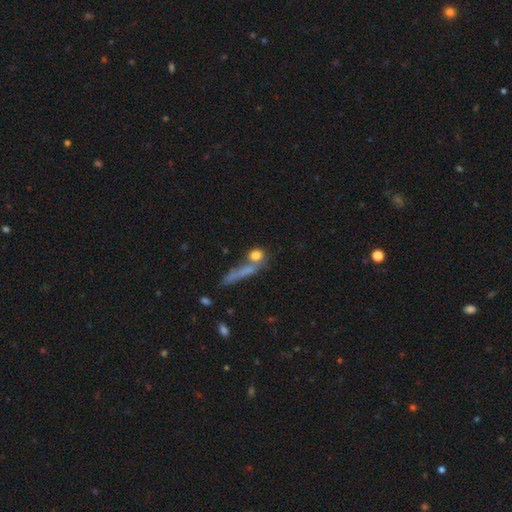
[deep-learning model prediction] Smooth or featured?
  - smooth: 74% *
  - featured or disk: 14%
  - star or artifact: 12%
How rounded?
  - round: 66% *
  - in between: 18%
  - cigar-shaped: 16%
Merging?
  - none: 55% *
  - merger: 26%
  - minor disturbance: 11%
  - major disturbance: 8%